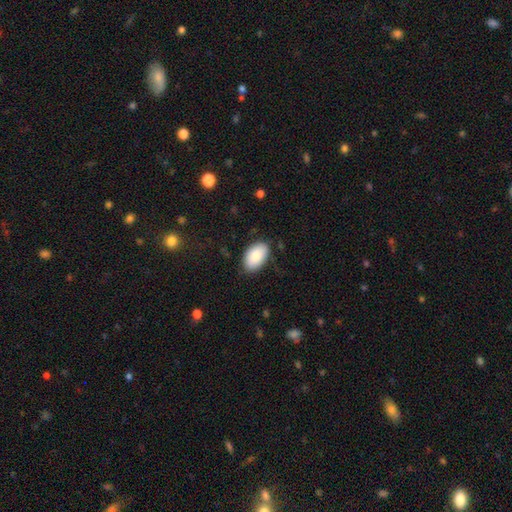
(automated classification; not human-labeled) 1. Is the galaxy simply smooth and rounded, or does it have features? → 85% smooth, 8% featured or disk, 6% star or artifact.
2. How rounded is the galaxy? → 94% in between, 5% round, 1% cigar-shaped.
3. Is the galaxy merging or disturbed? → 84% none, 13% minor disturbance, 3% major disturbance, 1% merger.